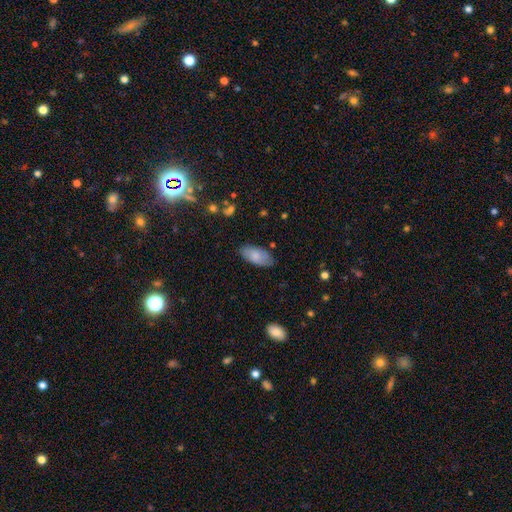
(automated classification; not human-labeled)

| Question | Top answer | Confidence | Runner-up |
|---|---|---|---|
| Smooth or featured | smooth | 79% | featured or disk (15%) |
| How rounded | in between | 92% | cigar-shaped (6%) |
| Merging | none | 81% | minor disturbance (14%) |